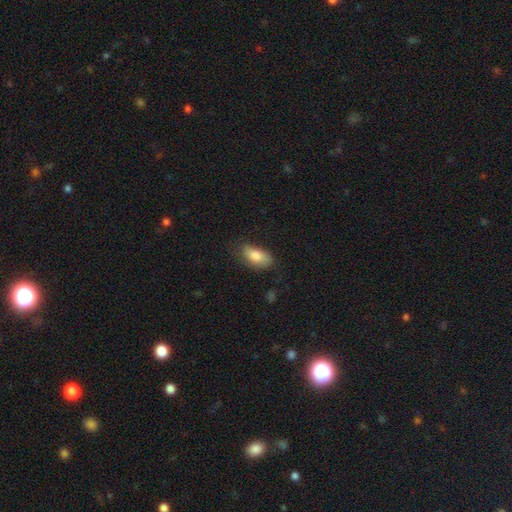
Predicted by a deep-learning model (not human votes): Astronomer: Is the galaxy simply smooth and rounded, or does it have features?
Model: smooth — 82%.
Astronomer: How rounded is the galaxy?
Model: in between — 90%.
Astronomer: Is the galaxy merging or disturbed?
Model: none — 68%.